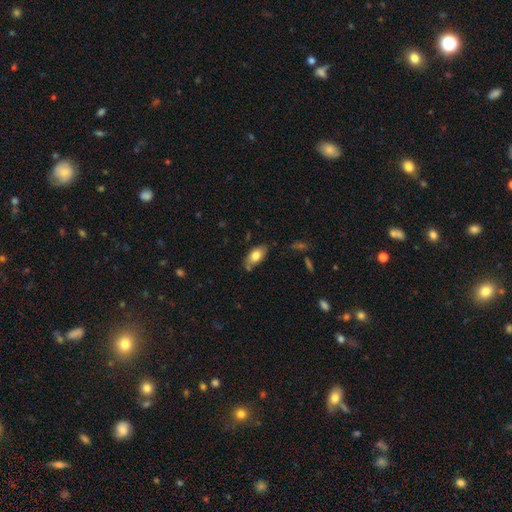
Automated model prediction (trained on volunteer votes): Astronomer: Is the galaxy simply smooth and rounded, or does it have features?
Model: smooth — 77%.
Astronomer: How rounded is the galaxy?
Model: in between — 91%.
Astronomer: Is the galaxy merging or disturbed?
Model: none — 68%.